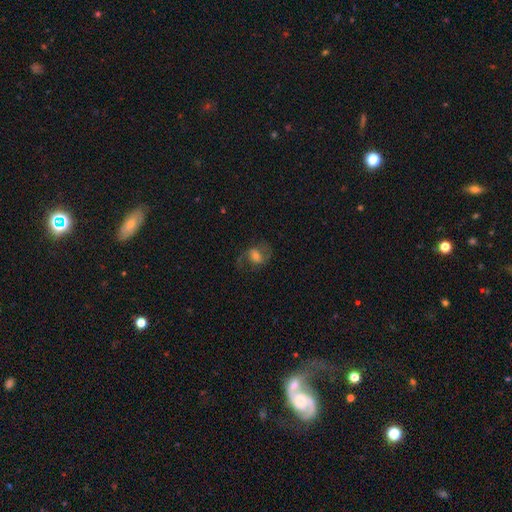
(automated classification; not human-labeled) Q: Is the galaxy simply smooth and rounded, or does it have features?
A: featured or disk — 54%.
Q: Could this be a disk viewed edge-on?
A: no — 96%.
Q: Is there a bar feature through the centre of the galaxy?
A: weak — 43%.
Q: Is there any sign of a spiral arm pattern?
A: yes — 81%.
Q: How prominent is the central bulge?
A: moderate — 45%.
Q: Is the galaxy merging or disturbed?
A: none — 62%.